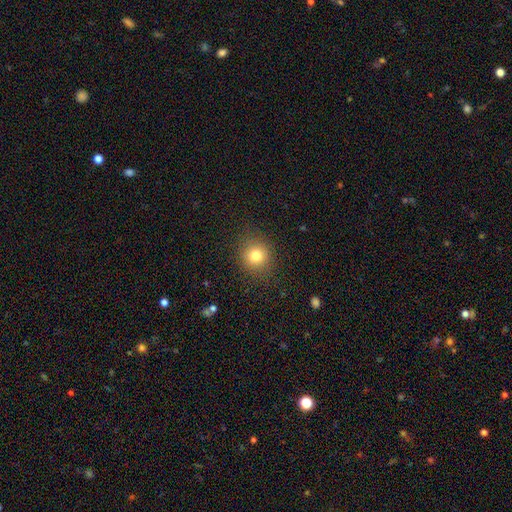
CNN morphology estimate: Q: Smooth or featured?
A: smooth (80%); runner-up: star or artifact (13%)
Q: How rounded?
A: round (86%); runner-up: in between (13%)
Q: Merging?
A: none (88%); runner-up: minor disturbance (8%)